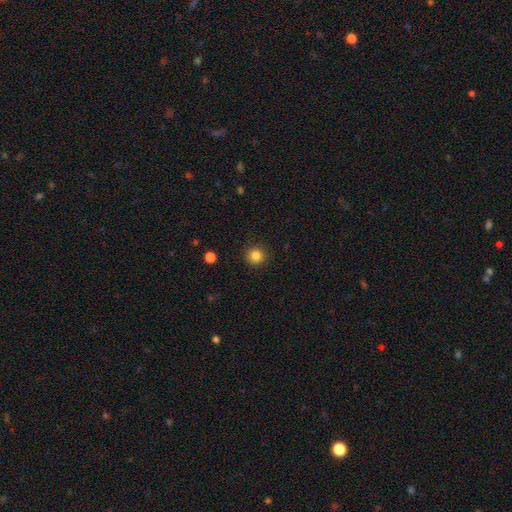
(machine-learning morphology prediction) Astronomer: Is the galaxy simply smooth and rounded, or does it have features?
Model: smooth — 84%.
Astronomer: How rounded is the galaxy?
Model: round — 94%.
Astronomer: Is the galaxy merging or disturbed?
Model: none — 92%.